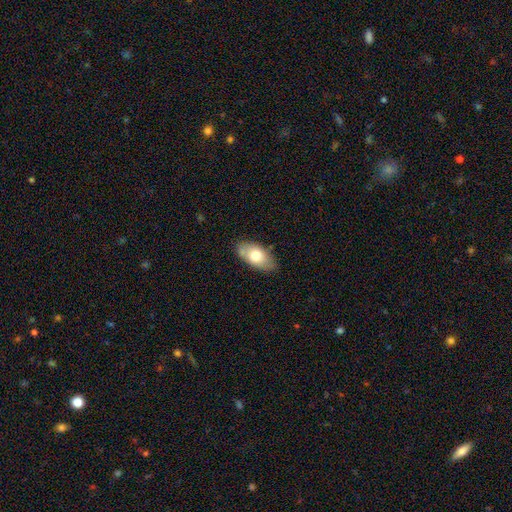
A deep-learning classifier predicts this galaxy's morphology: This is likely a smooth galaxy (71%). How rounded: clearly in between (92%). Merging: likely none (75%).